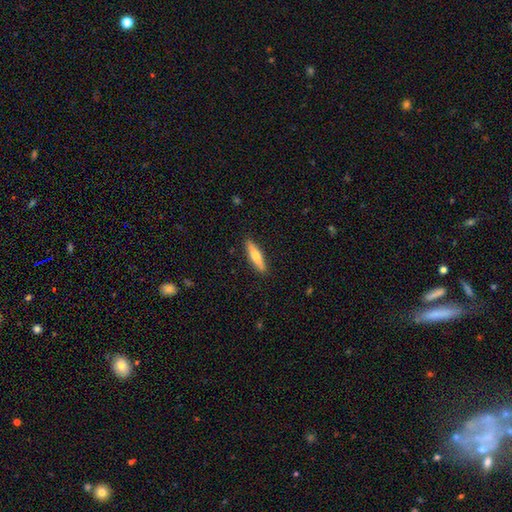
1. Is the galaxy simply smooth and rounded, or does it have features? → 76% smooth, 21% featured or disk, 3% star or artifact.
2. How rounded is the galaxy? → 79% cigar-shaped, 21% in between, 0% round.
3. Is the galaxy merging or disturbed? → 95% none, 3% minor disturbance, 3% major disturbance, 0% merger.